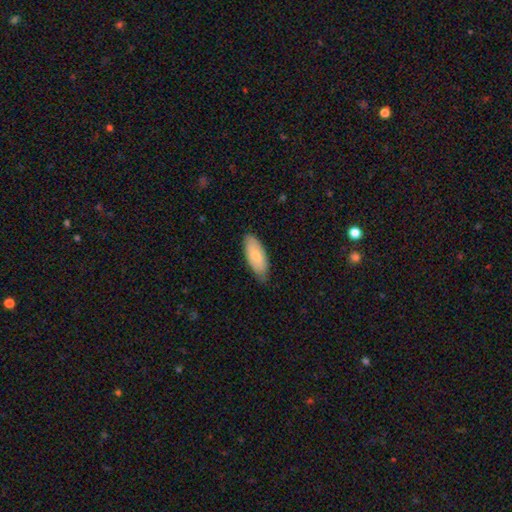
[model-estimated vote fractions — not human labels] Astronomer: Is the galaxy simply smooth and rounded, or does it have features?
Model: smooth — 75%.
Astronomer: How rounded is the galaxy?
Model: in between — 83%.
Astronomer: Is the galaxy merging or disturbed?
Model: none — 76%.